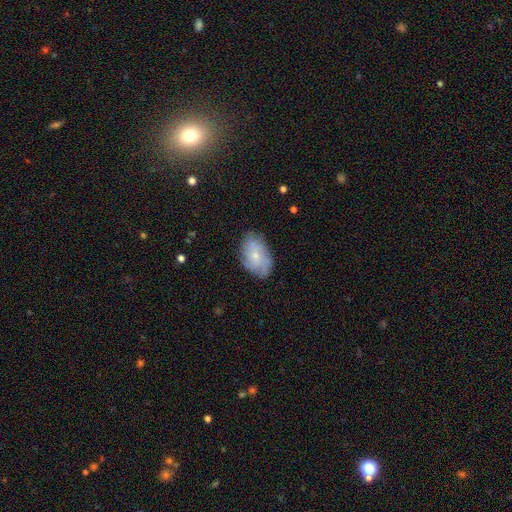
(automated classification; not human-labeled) smooth_or_featured: featured or disk (p=0.50) [alt: smooth p=0.42]
merging: none (p=0.72) [alt: minor disturbance p=0.21]